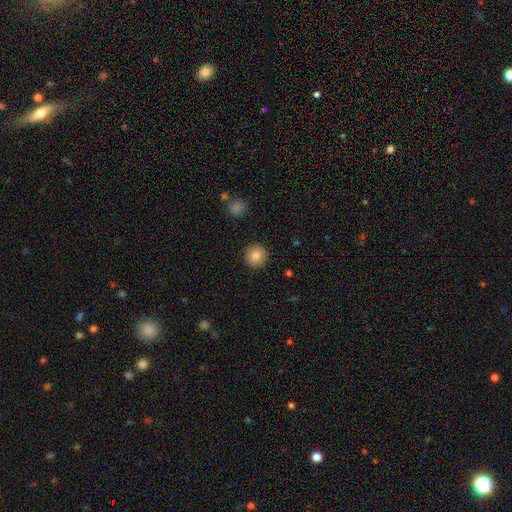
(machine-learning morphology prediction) Smooth or featured? smooth (82%)
How rounded? round (95%)
Merging? none (92%)